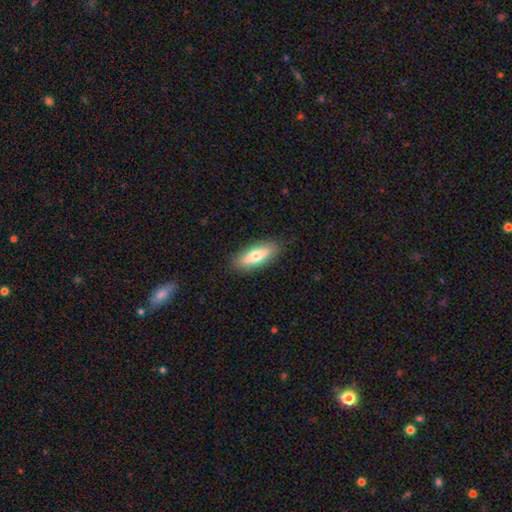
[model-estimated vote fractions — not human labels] Q: Smooth or featured?
A: smooth (64%); runner-up: featured or disk (29%)
Q: How rounded?
A: in between (69%); runner-up: cigar-shaped (29%)
Q: Merging?
A: none (84%); runner-up: minor disturbance (12%)